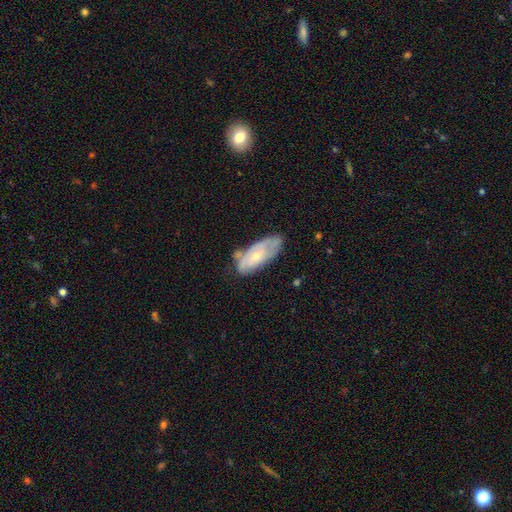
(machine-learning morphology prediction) smooth-or-featured: featured or disk: 54% | smooth: 39% | star or artifact: 7%
  disk-edge-on: no: 87% | yes: 13%
  merging: none: 55% | minor disturbance: 29% | major disturbance: 9% | merger: 7%